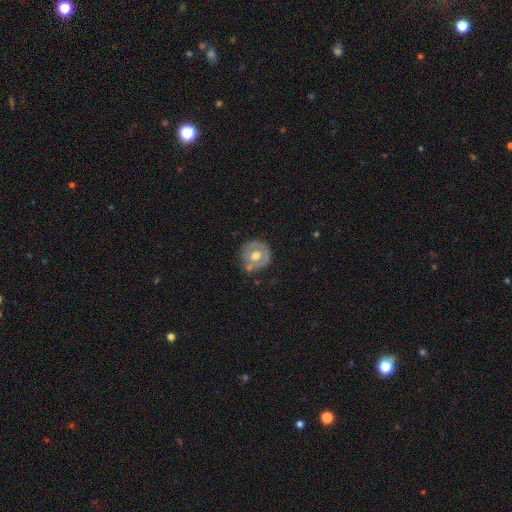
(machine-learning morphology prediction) Smooth or featured? Predicted: smooth (p=0.50). Merging? Predicted: none (p=0.71).